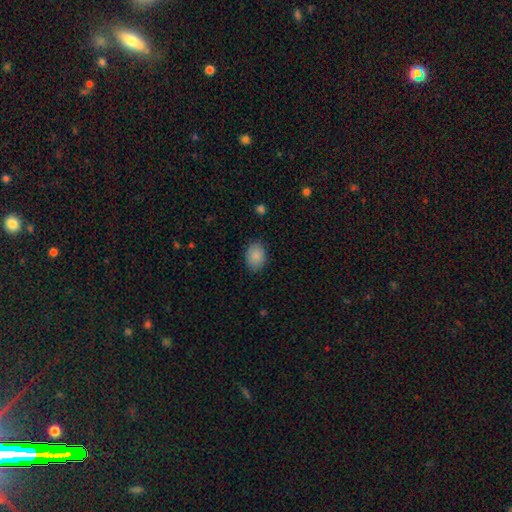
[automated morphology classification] smooth_or_featured: smooth (p=0.88) [alt: star or artifact p=0.07]
how_rounded: in between (p=0.70) [alt: round p=0.29]
merging: none (p=0.84) [alt: minor disturbance p=0.12]